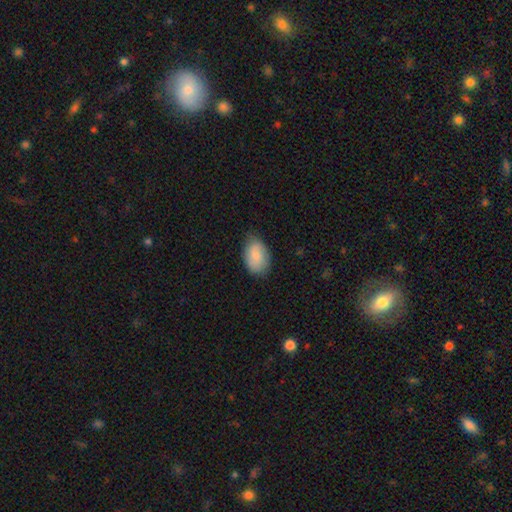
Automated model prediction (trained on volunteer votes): The model was most divided on "smooth or featured": smooth: 73%, featured or disk: 20%, star or artifact: 6%. More confident: how rounded — in between (87%); merging — none (76%).